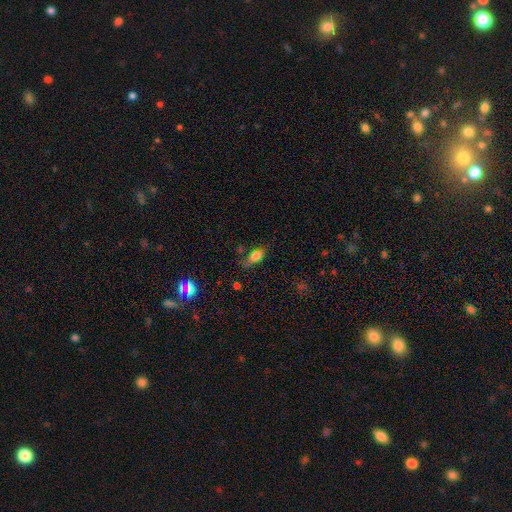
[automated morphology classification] The model was most divided on "merging": none: 50%, minor disturbance: 29%, major disturbance: 16%, merger: 5%. More confident: how rounded — in between (82%); smooth or featured — smooth (76%).